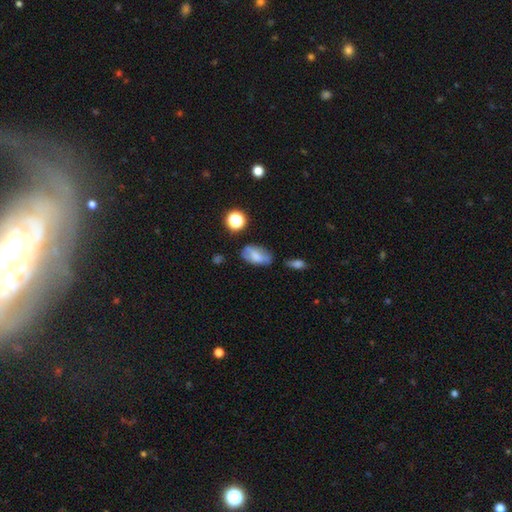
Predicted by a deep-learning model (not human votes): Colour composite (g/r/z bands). It shows a smooth galaxy with no disk features (65%) that is in between round and cigar-shaped (89%). Merging: none (54%).